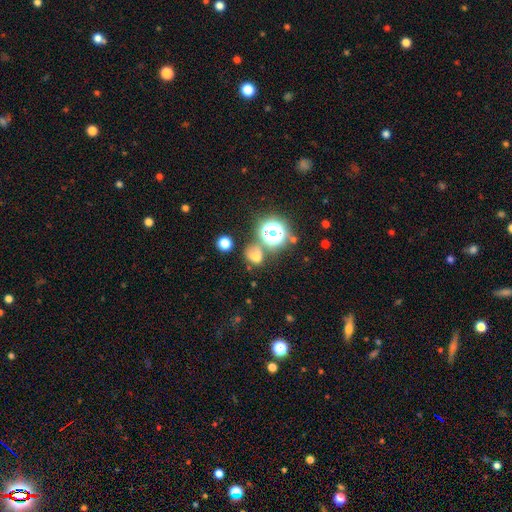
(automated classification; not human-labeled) This appears to be a smooth galaxy with no disk features (60%) that is round (62%). Merging: none (57%).